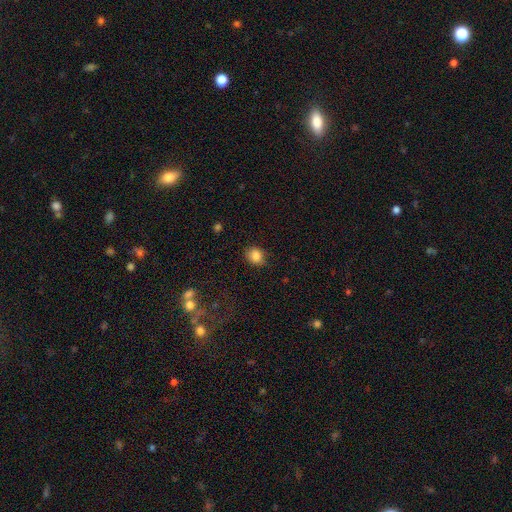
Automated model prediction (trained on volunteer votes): Smooth or featured?
  - smooth: 85% *
  - star or artifact: 10%
  - featured or disk: 6%
How rounded?
  - round: 51% *
  - in between: 48%
  - cigar-shaped: 1%
Merging?
  - none: 80% *
  - minor disturbance: 15%
  - major disturbance: 3%
  - merger: 1%